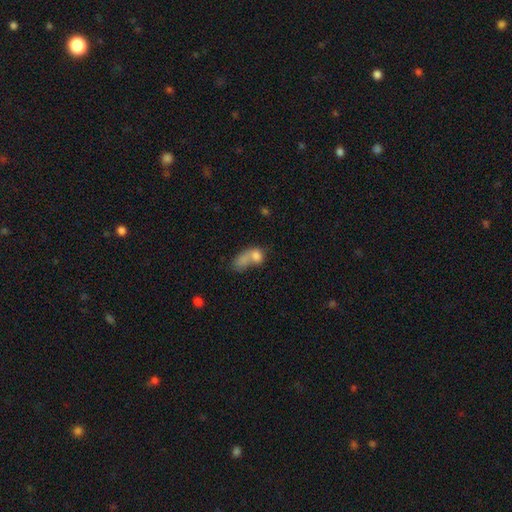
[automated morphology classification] Q: Smooth or featured?
A: smooth (75%); runner-up: featured or disk (15%)
Q: How rounded?
A: in between (69%); runner-up: round (26%)
Q: Merging?
A: merger (62%); runner-up: none (17%)